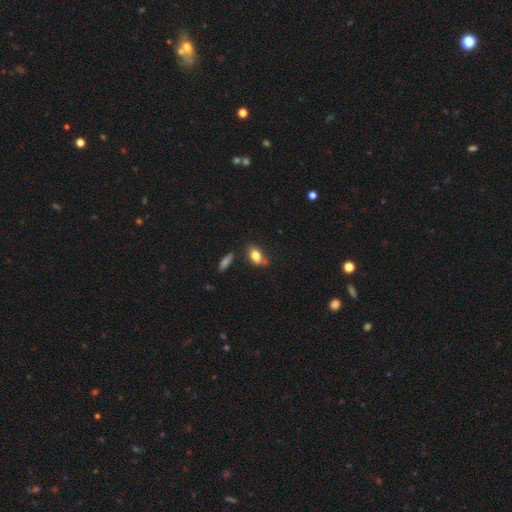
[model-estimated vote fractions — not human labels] Q: Smooth or featured?
A: smooth (80%); runner-up: featured or disk (12%)
Q: How rounded?
A: in between (83%); runner-up: round (13%)
Q: Merging?
A: none (64%); runner-up: minor disturbance (21%)